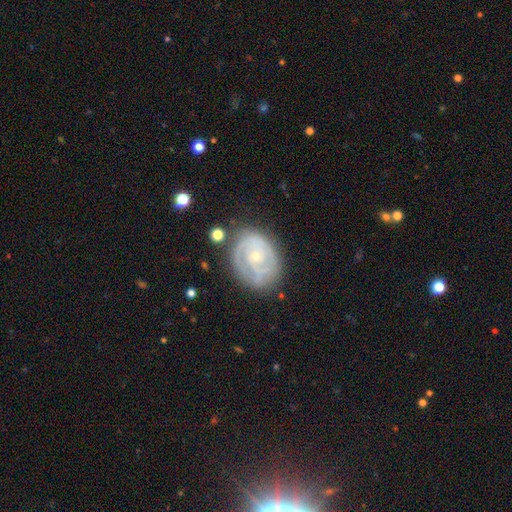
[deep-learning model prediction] A featured or disk galaxy (76%) with no bar (76%), tight (67%) spiral arms (83%) and a small central bulge (75%).

Vote fractions:
- Smooth or featured? featured or disk: 76% / smooth: 18% / star or artifact: 6%
- Edge-on disk? no: 97% / yes: 3%
- Bar? no: 76% / weak: 19% / strong: 4%
- Spiral arms? yes: 83% / no: 17%
- Spiral winding? tight: 67% / medium: 25% / loose: 8%
- Spiral arm count? can't tell: 38% / 2: 33% / 3: 14% / 1: 7% / 4: 4% / more than 4: 3%
- Bulge size? small: 75% / moderate: 22% / none: 1% / large: 1% / dominant: 1%
- Merging? none: 67% / minor disturbance: 22% / major disturbance: 8% / merger: 2%